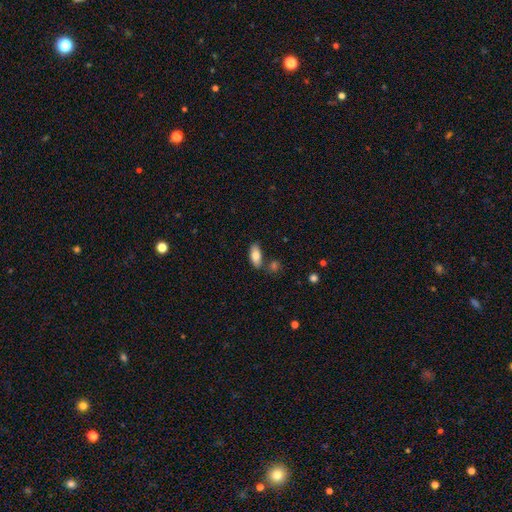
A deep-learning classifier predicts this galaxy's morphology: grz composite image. It shows a smooth galaxy with no disk features (81%) that is in between round and cigar-shaped (87%). Merging: none (73%).